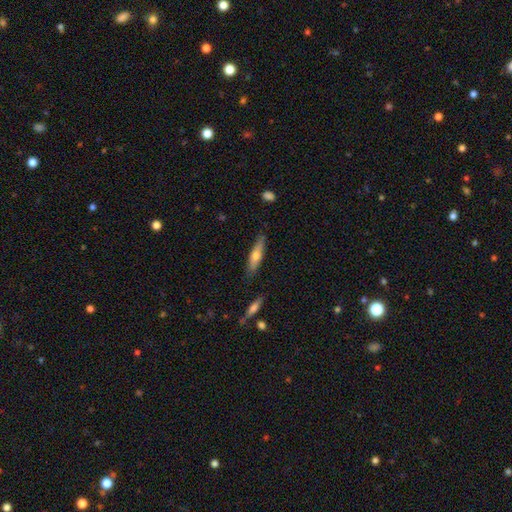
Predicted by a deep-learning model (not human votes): A smooth galaxy with no disk features (57%) that is cigar-shaped (71%). Merging: none (80%).